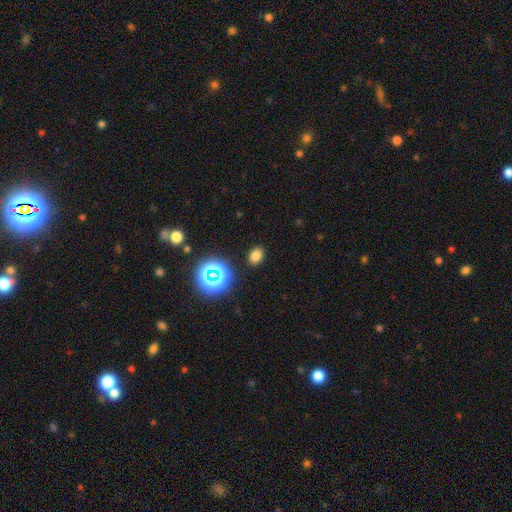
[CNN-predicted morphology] A smooth galaxy with no disk features (74%) that is in between round and cigar-shaped (64%). Merging: none (88%).